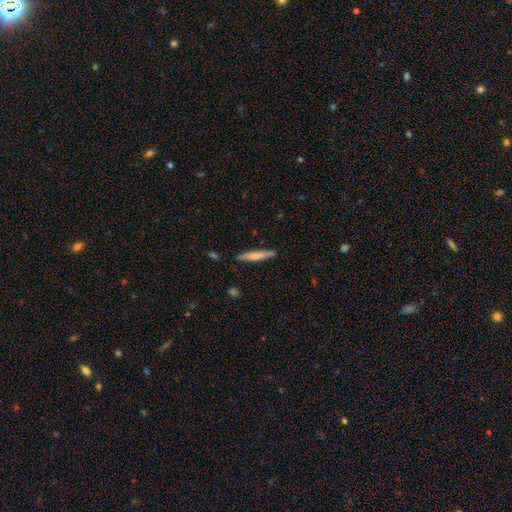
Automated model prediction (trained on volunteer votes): Smooth or featured? smooth (67%)
How rounded? cigar-shaped (94%)
Merging? none (87%)